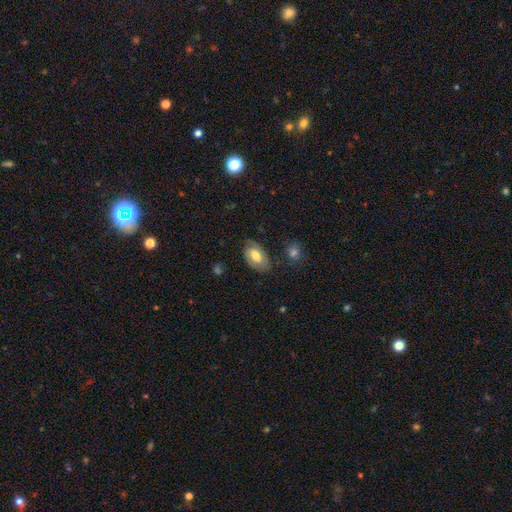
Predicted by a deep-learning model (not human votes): Morphology: type=smooth (65%); roundness=in between (93%); merging=none (69%).